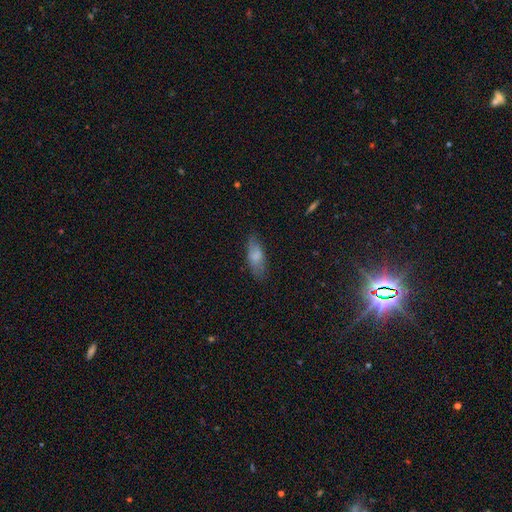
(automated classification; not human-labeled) smooth_or_featured: smooth (p=0.75) [alt: featured or disk p=0.18]
how_rounded: in between (p=0.73) [alt: cigar-shaped p=0.25]
merging: none (p=0.73) [alt: minor disturbance p=0.20]